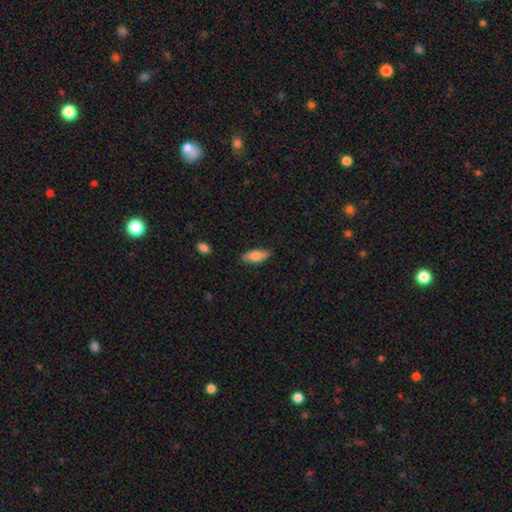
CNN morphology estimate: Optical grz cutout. It shows a smooth galaxy with no disk features (77%) that is in between round and cigar-shaped (77%). Merging: none (81%).